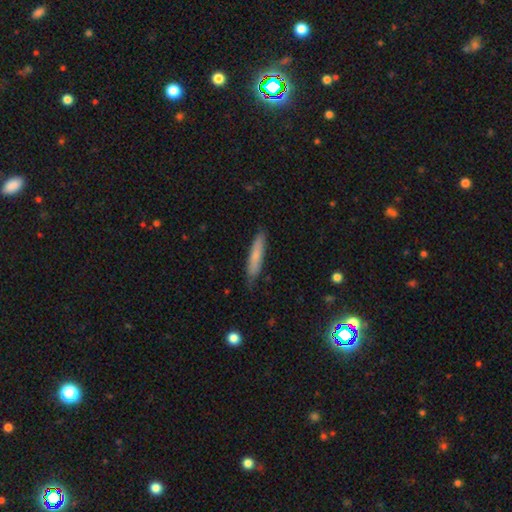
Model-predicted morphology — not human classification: Smooth or featured? smooth (75%)
How rounded? cigar-shaped (88%)
Merging? none (81%)